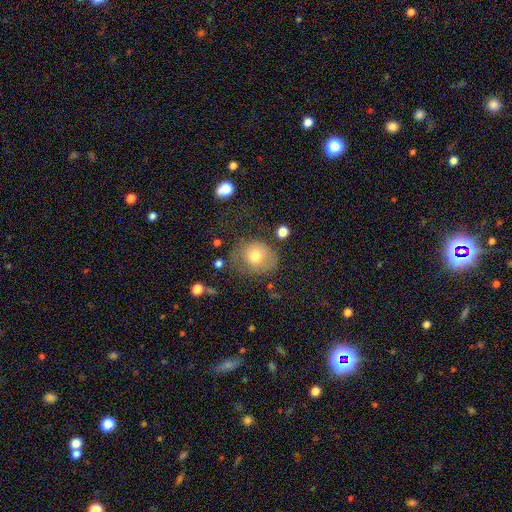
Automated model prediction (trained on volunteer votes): The model was most divided on "how rounded": round: 64%, in between: 35%, cigar-shaped: 1%. More confident: smooth or featured — smooth (72%); merging — none (56%).